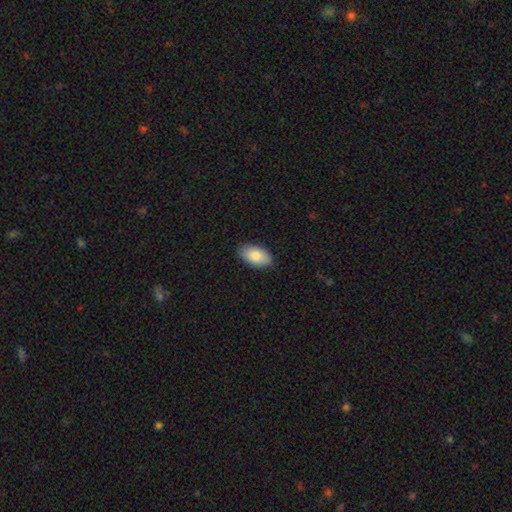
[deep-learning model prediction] smooth_or_featured: smooth (p=0.85) [alt: featured or disk p=0.09]
how_rounded: in between (p=0.95) [alt: round p=0.03]
merging: none (p=0.87) [alt: minor disturbance p=0.10]